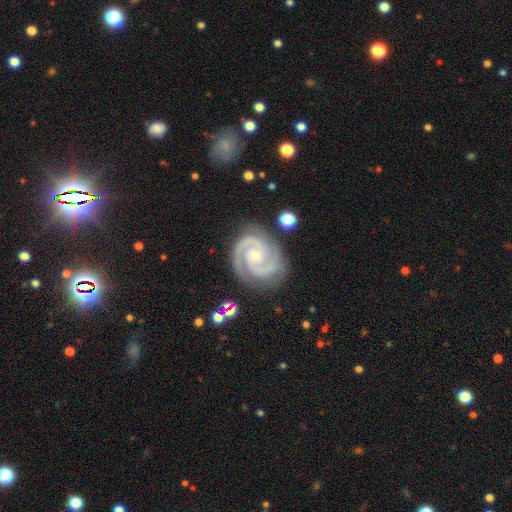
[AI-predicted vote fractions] featured or disk 93%, star or artifact 4%, smooth 2%. Down the decision tree: edge-on disk — no (98%); bar — no (65%); spiral arms — yes (99%); spiral arm count — 2 (88%); spiral winding — tight (63%); bulge size — small (74%); merging — none (82%).